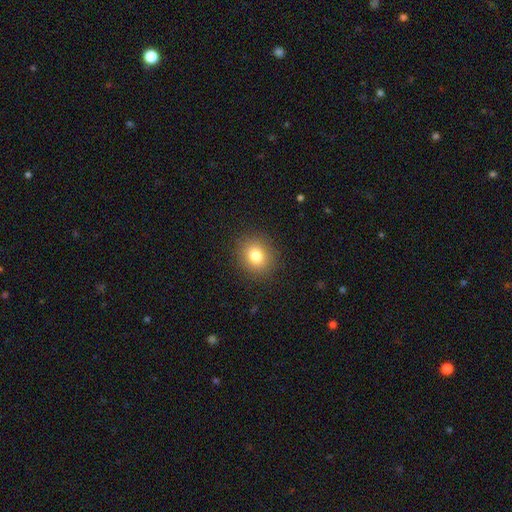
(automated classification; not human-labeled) The model was most divided on "how rounded": round: 71%, in between: 28%, cigar-shaped: 1%. More confident: merging — none (89%); smooth or featured — smooth (80%).